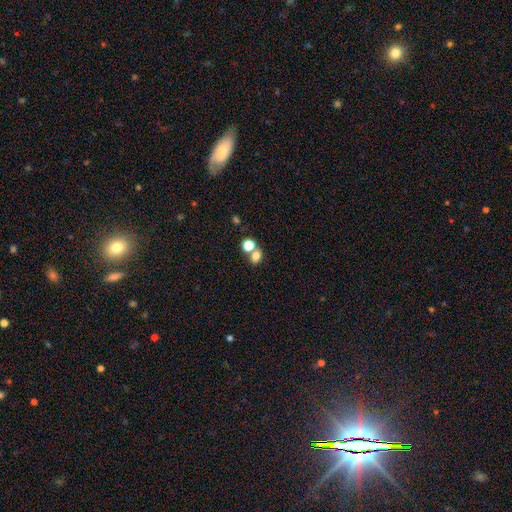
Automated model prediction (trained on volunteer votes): smooth 77%, star or artifact 15%, featured or disk 9%. Down the decision tree: how rounded — in between (51%); merging — none (48%).